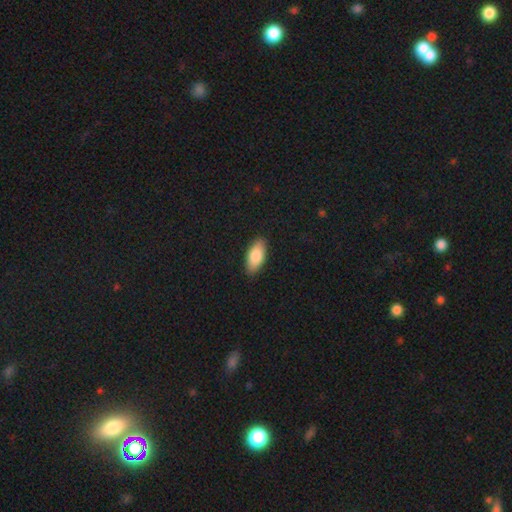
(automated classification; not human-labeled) A smooth galaxy with no disk features (85%) that is in between round and cigar-shaped (90%). Merging: none (88%).